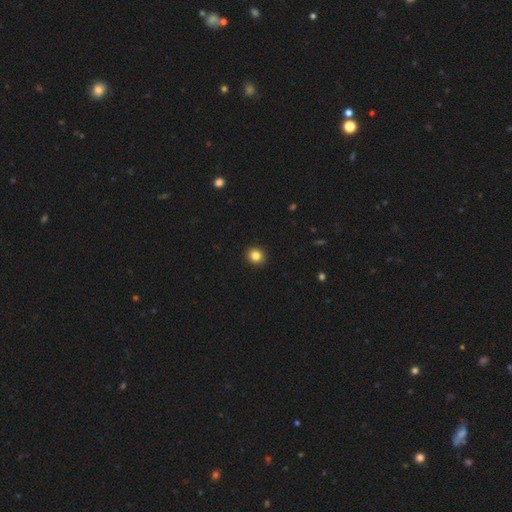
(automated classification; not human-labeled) The model was most divided on "how rounded": round: 83%, in between: 16%, cigar-shaped: 1%. More confident: merging — none (93%); smooth or featured — smooth (84%).